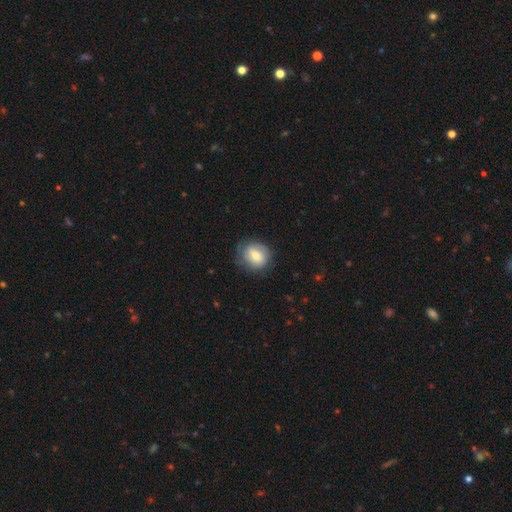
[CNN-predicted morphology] The model was most divided on "smooth or featured": smooth: 67%, featured or disk: 25%, star or artifact: 8%. More confident: how rounded — round (73%); merging — none (71%).